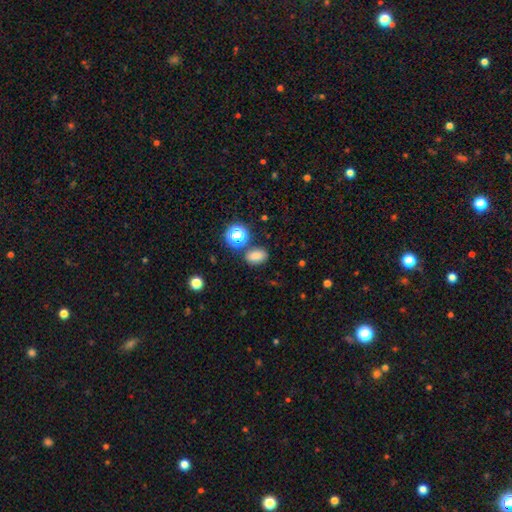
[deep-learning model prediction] smooth_or_featured: smooth (p=0.76) [alt: star or artifact p=0.17]
how_rounded: in between (p=0.74) [alt: round p=0.25]
merging: none (p=0.75) [alt: minor disturbance p=0.13]